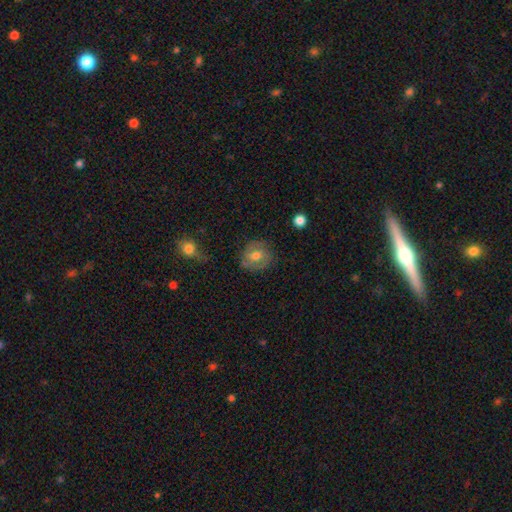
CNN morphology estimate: The model was most divided on "smooth or featured": smooth: 50%, featured or disk: 42%, star or artifact: 8%. More confident: how rounded — round (78%); merging — none (75%).